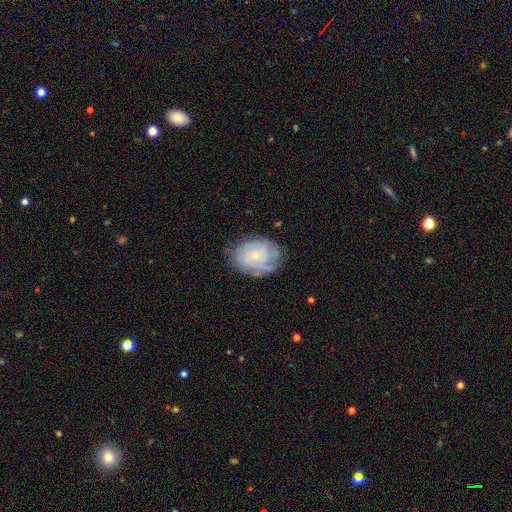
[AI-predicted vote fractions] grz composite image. It shows a featured or disk galaxy (68%) with no bar (79%), tight (67%) spiral arms (86%) and a small central bulge (76%). Merging: none (70%).